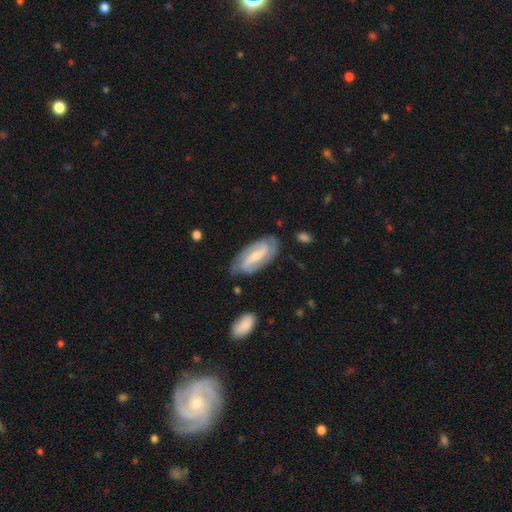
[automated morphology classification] Overall: featured or disk (83%). Edge-on disk: no (94%). Bar: weak (41%; strong 36%). Spiral arms: yes (96%). Spiral arm count: 2 (81%). Spiral winding: medium (44%; tight 39%). Bulge size: small (53%; moderate 41%). Merging: none (80%).